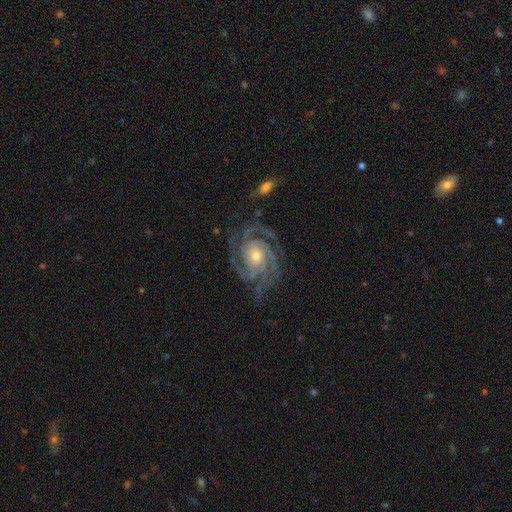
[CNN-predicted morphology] A featured or disk galaxy (92%) with no bar (72%), 3 (35%) tight (68%) spiral arms (98%) and a moderate central bulge (51%). Merging: none (75%).